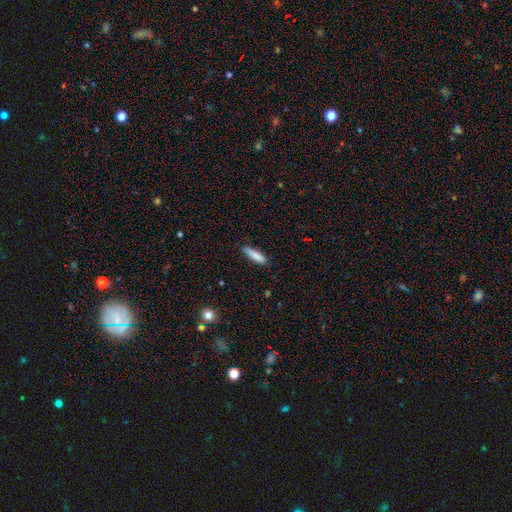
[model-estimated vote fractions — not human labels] smooth 84%, featured or disk 10%, star or artifact 7%. Down the decision tree: how rounded — cigar-shaped (67%); merging — none (81%).